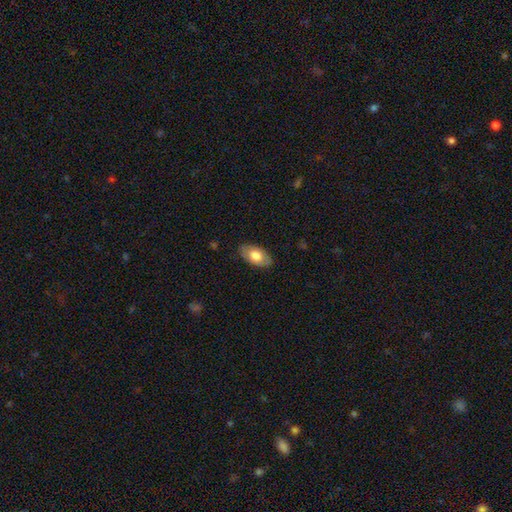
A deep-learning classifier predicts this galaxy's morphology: This appears to be a smooth galaxy with no disk features (71%) that is in between round and cigar-shaped (94%). Merging: none (82%).